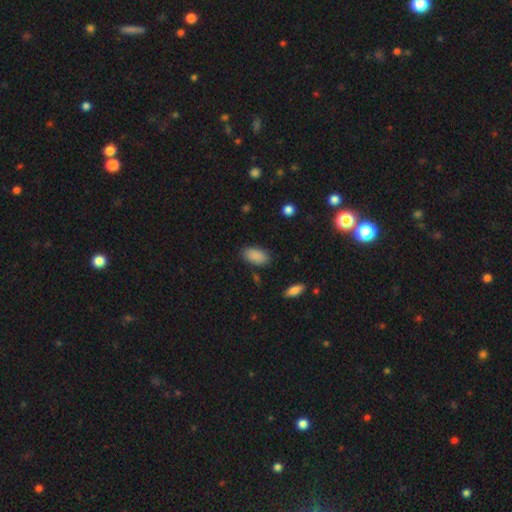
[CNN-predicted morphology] Smooth or featured? smooth (89%)
How rounded? in between (93%)
Merging? none (85%)